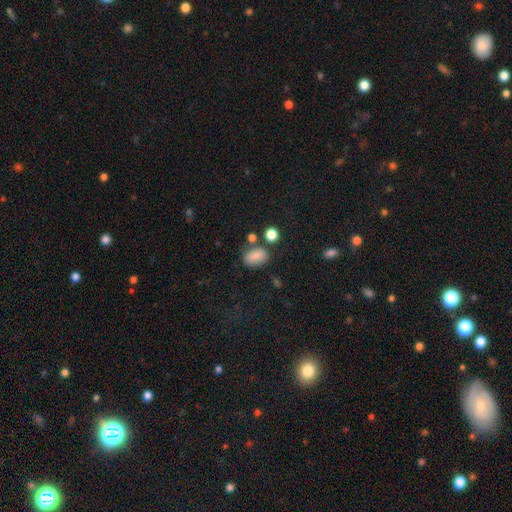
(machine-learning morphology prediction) type=smooth (81%); roundness=in between (77%); merging=none (68%).